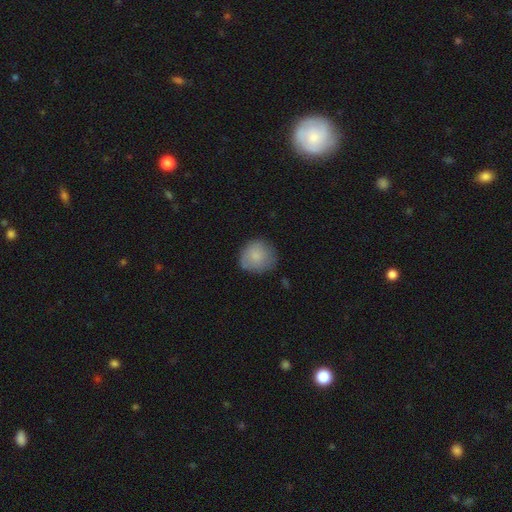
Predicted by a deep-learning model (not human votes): Morphology: type=smooth (83%); roundness=round (86%); merging=none (73%).